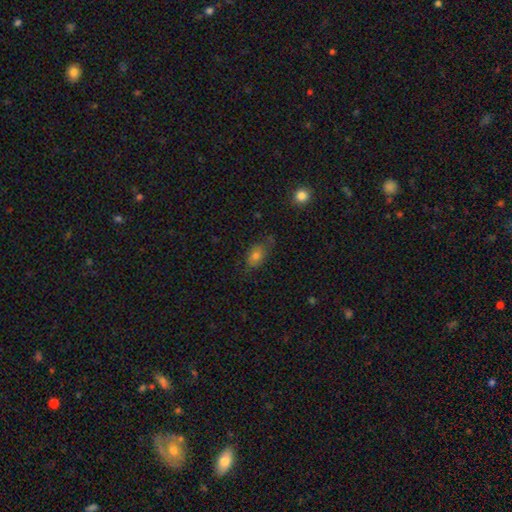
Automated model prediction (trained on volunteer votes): This is likely a smooth galaxy (69%). How rounded: likely in between (77%). Merging: likely none (66%).